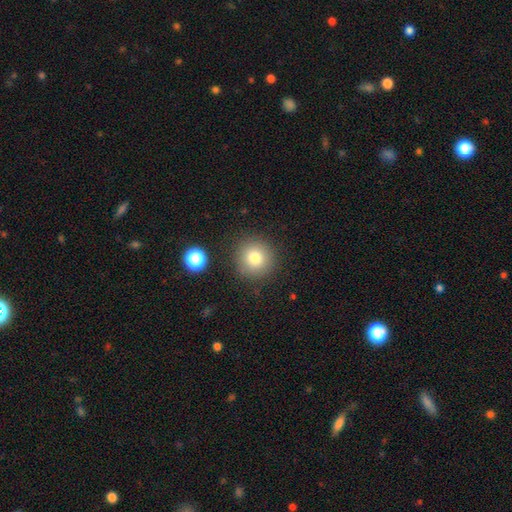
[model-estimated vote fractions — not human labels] A smooth galaxy with no disk features (70%) that is round (95%). Merging: none (91%).